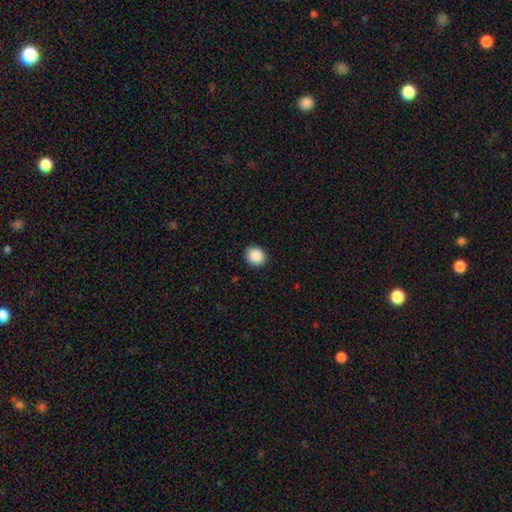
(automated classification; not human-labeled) Smooth or featured? smooth (89%)
How rounded? round (85%)
Merging? none (92%)